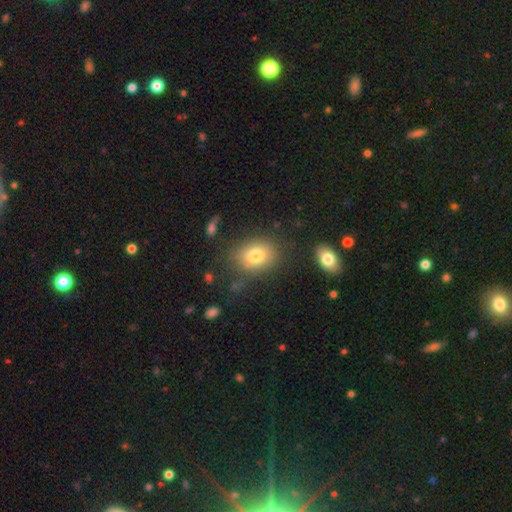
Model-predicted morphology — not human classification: Smooth or featured?
  - smooth: 77% *
  - featured or disk: 12%
  - star or artifact: 11%
How rounded?
  - in between: 57% *
  - round: 42%
  - cigar-shaped: 1%
Merging?
  - none: 76% *
  - minor disturbance: 15%
  - major disturbance: 6%
  - merger: 3%